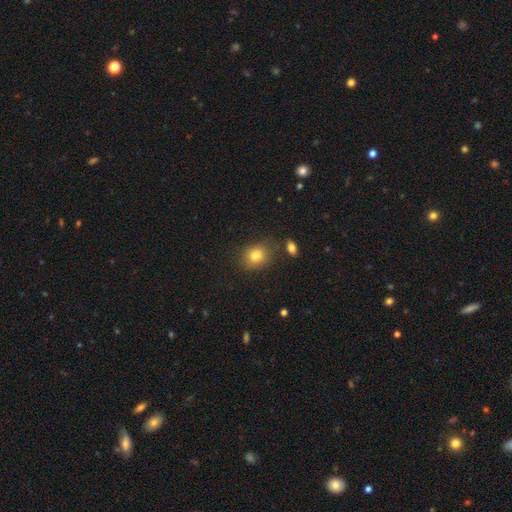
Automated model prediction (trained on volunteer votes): Overall: smooth (81%). How rounded: round (60%; in between 39%). Merging: none (76%).